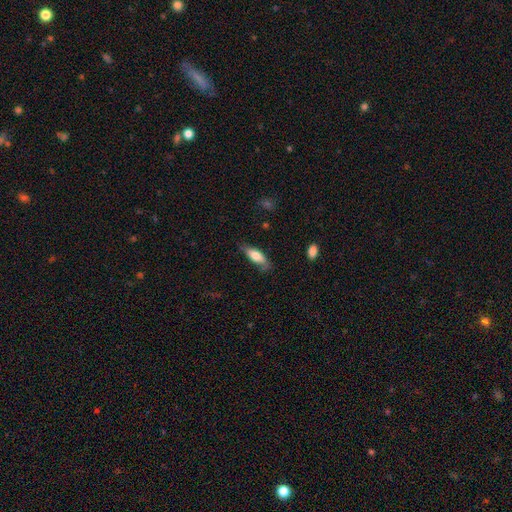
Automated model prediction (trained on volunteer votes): Smooth or featured?
  - smooth: 72% *
  - featured or disk: 22%
  - star or artifact: 6%
How rounded?
  - in between: 67% *
  - cigar-shaped: 30%
  - round: 2%
Merging?
  - none: 58% *
  - minor disturbance: 31%
  - major disturbance: 9%
  - merger: 2%